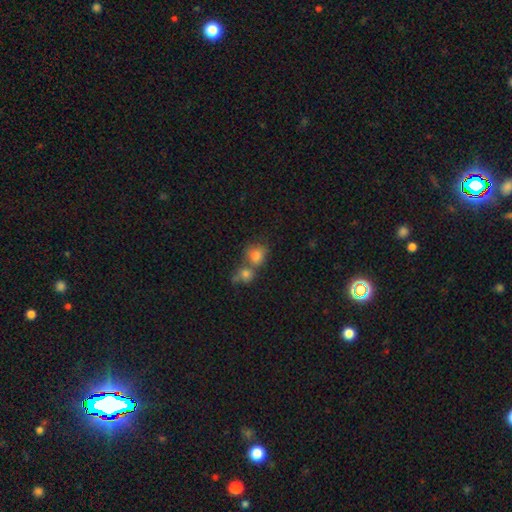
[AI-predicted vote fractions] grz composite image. It shows a smooth galaxy with no disk features (78%) that is round (69%). Merging: merger (53%).